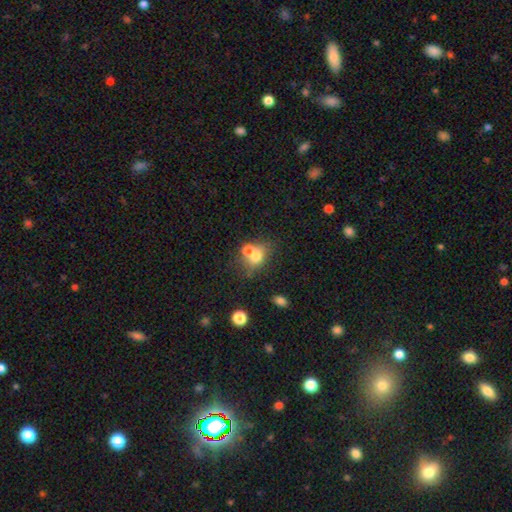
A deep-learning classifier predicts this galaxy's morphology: smooth_or_featured: smooth (p=0.68) [alt: featured or disk p=0.18]
how_rounded: round (p=0.54) [alt: in between p=0.44]
merging: merger (p=0.44) [alt: none p=0.40]